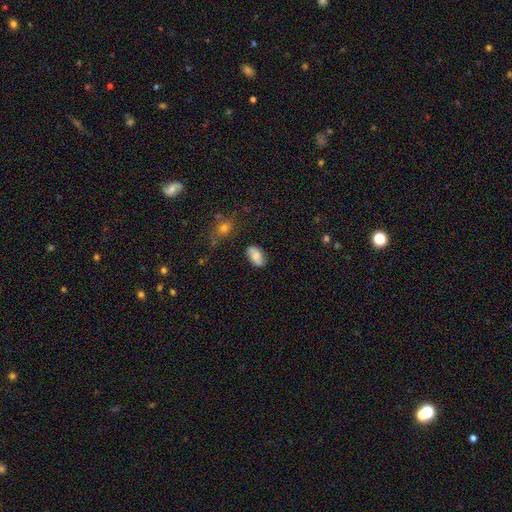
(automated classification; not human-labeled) smooth-or-featured: smooth: 70% | featured or disk: 21% | star or artifact: 9%
  how-rounded: in between: 91% | round: 6% | cigar-shaped: 3%
  merging: none: 74% | minor disturbance: 19% | major disturbance: 4% | merger: 3%